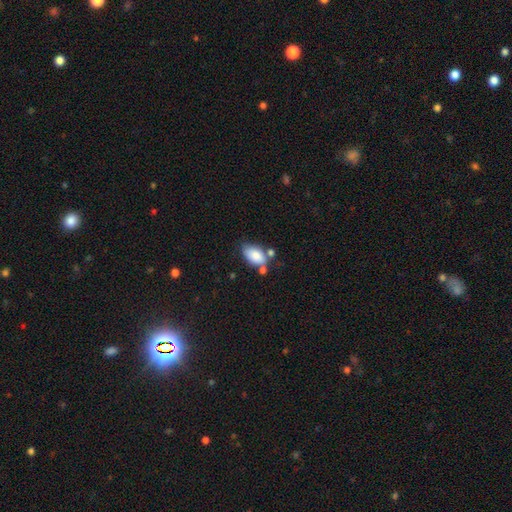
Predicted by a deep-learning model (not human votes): smooth-or-featured: smooth: 83% | featured or disk: 9% | star or artifact: 7%
  how-rounded: in between: 93% | round: 5% | cigar-shaped: 2%
  merging: none: 52% | minor disturbance: 22% | merger: 20% | major disturbance: 7%